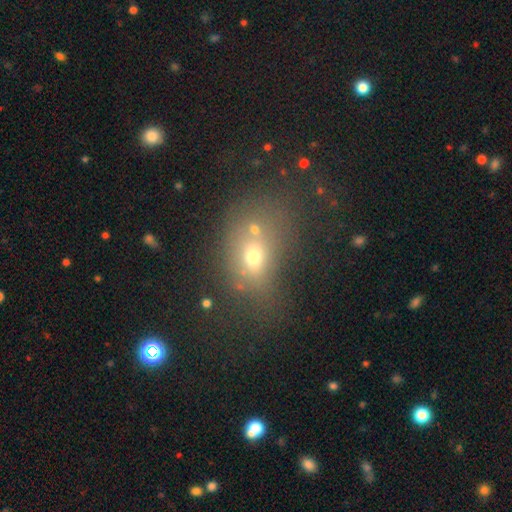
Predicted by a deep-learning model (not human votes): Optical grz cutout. It shows a smooth galaxy with no disk features (56%) that is in between round and cigar-shaped (61%). Merging: none (38%).